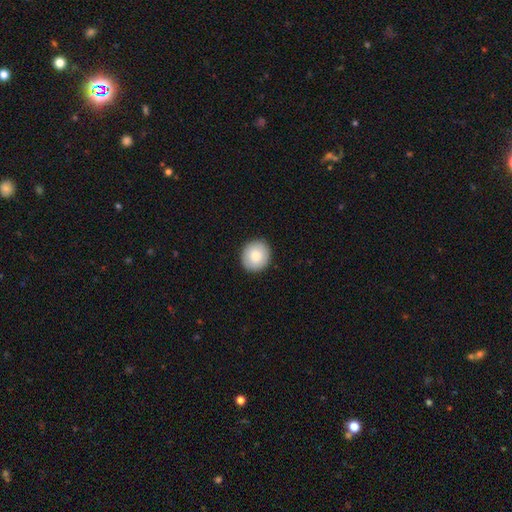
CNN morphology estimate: The model was most divided on "smooth or featured": smooth: 83%, featured or disk: 10%, star or artifact: 7%. More confident: merging — none (91%); how rounded — round (86%).